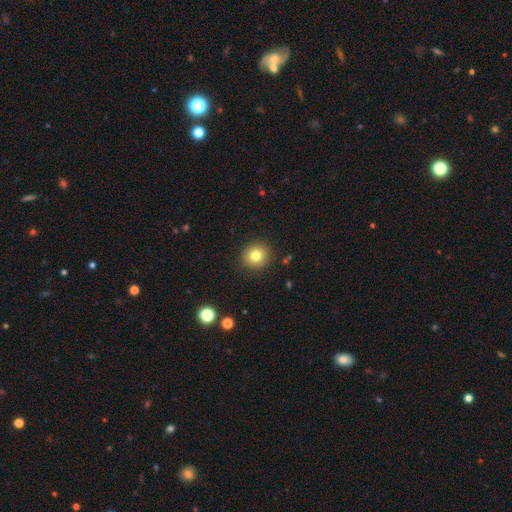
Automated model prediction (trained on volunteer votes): smooth 80%, star or artifact 11%, featured or disk 9%. Down the decision tree: how rounded — round (88%); merging — none (90%).